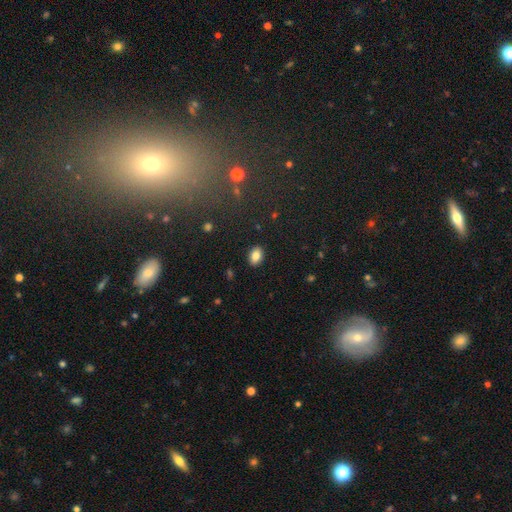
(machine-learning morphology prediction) smooth_or_featured: smooth (p=0.84) [alt: star or artifact p=0.09]
how_rounded: in between (p=0.81) [alt: round p=0.18]
merging: none (p=0.89) [alt: minor disturbance p=0.08]